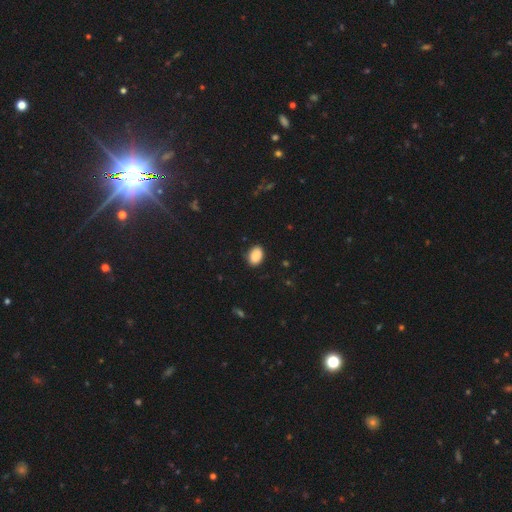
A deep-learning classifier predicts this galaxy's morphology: This appears to be a smooth galaxy with no disk features (89%) that is in between round and cigar-shaped (83%). Merging: none (86%).